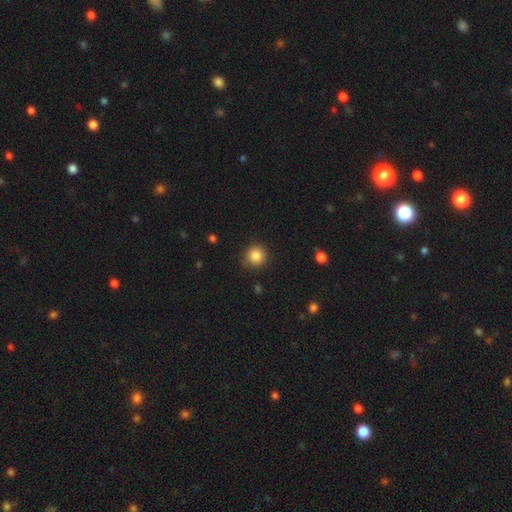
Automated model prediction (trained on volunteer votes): smooth 85%, star or artifact 11%, featured or disk 4%. Down the decision tree: how rounded — round (92%); merging — none (85%).